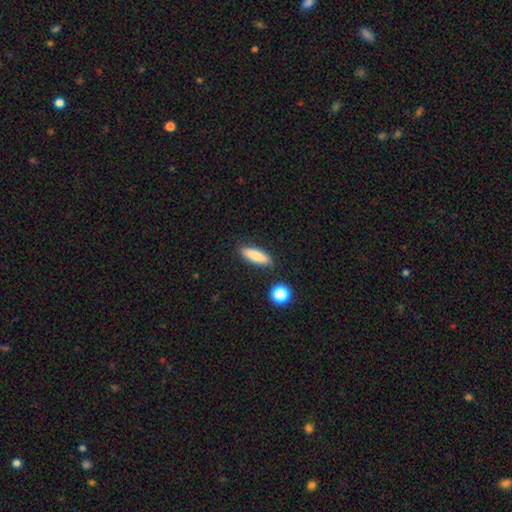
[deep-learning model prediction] smooth_or_featured: smooth (p=0.82) [alt: featured or disk p=0.10]
how_rounded: in between (p=0.51) [alt: cigar-shaped p=0.47]
merging: none (p=0.84) [alt: minor disturbance p=0.11]